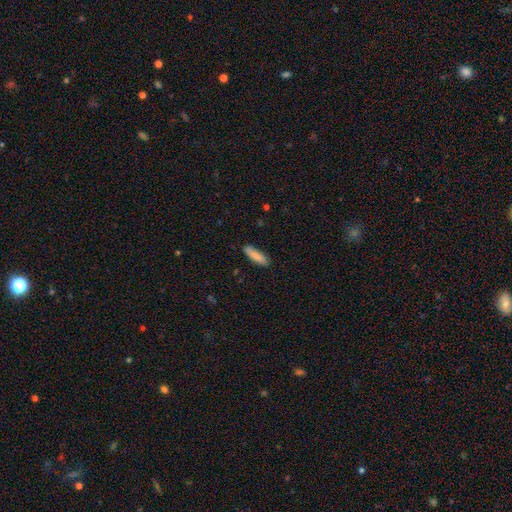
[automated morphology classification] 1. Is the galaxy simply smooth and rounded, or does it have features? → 83% smooth, 11% featured or disk, 6% star or artifact.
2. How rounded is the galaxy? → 58% cigar-shaped, 40% in between, 2% round.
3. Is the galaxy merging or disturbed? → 86% none, 11% minor disturbance, 2% major disturbance, 1% merger.